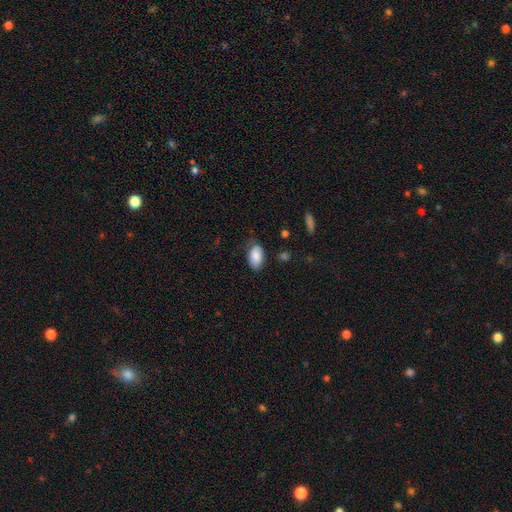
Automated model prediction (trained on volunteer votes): Smooth or featured? Predicted: smooth (p=0.85). How rounded? Predicted: in between (p=0.94). Merging? Predicted: none (p=0.67).